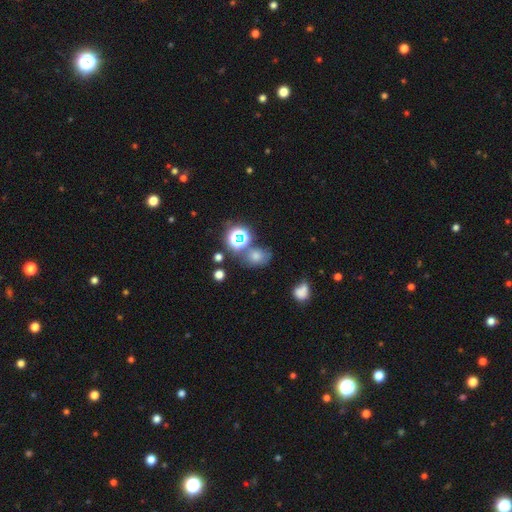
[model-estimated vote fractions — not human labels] Smooth or featured? Predicted: star or artifact (p=0.44, tied with smooth).